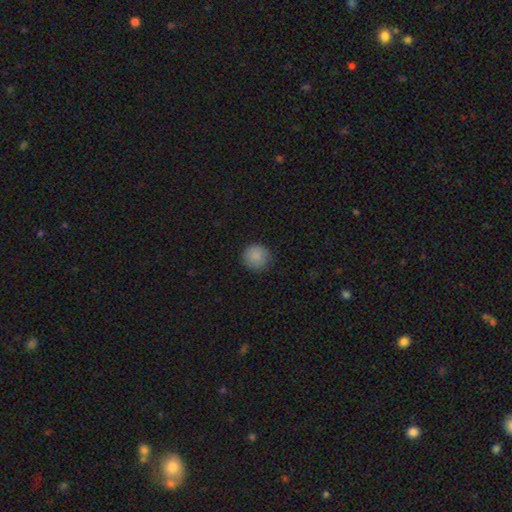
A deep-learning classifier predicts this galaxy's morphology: Overall: smooth (88%). How rounded: round (94%). Merging: none (90%).